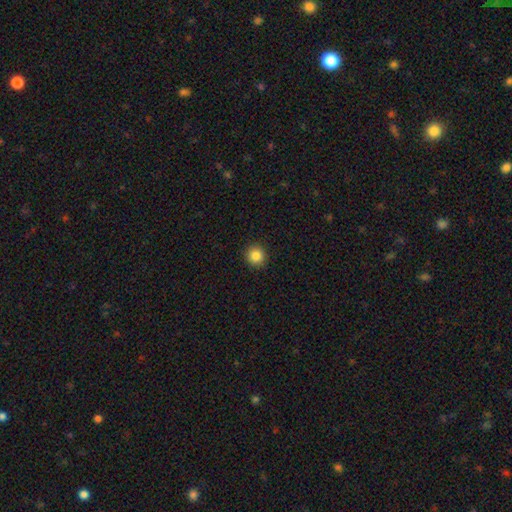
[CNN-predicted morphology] The model was most divided on "smooth or featured": smooth: 86%, star or artifact: 10%, featured or disk: 4%. More confident: how rounded — round (93%); merging — none (92%).